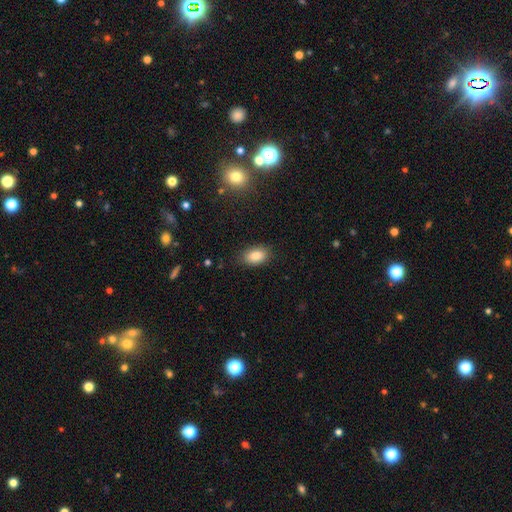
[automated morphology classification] Smooth or featured? Predicted: smooth (p=0.85). How rounded? Predicted: in between (p=0.89). Merging? Predicted: none (p=0.84).